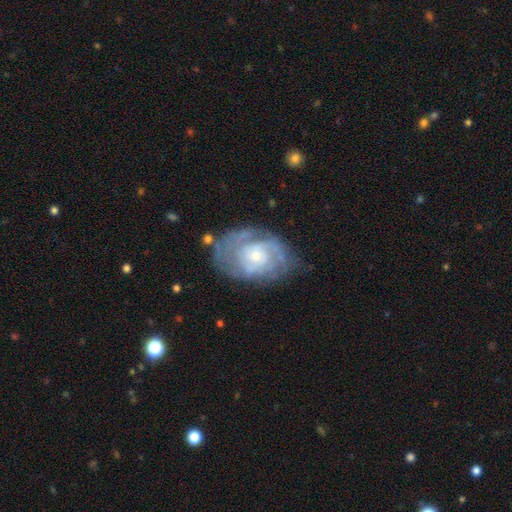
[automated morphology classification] featured or disk 79%, smooth 15%, star or artifact 6%. Down the decision tree: edge-on disk — no (97%); bar — no (75%); spiral arms — yes (86%); spiral arm count — can't tell (46%); spiral winding — tight (61%); bulge size — small (64%); merging — none (64%).